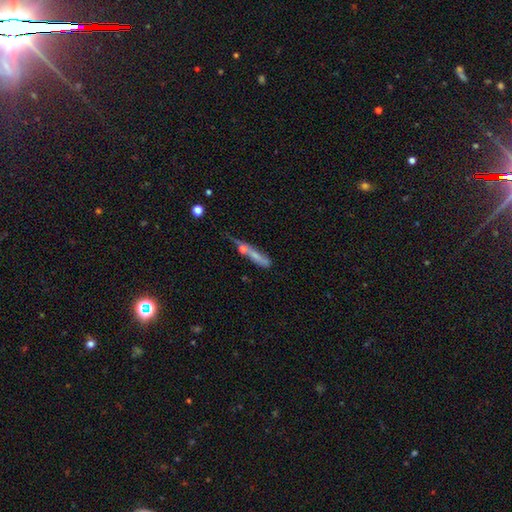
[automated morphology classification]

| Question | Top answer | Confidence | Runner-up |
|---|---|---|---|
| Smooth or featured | smooth | 52% | featured or disk (37%) |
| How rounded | cigar-shaped | 80% | in between (15%) |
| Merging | none | 36% | merger (28%) |